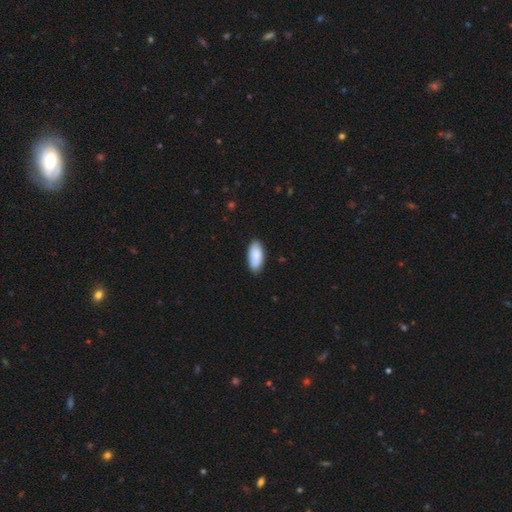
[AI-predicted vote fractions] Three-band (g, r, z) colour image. It shows a smooth galaxy with no disk features (87%) that is in between round and cigar-shaped (91%). Merging: none (85%).